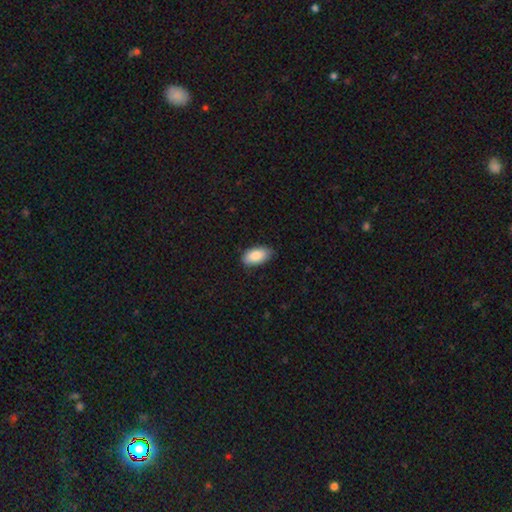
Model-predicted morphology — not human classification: A smooth galaxy with no disk features (88%) that is in between round and cigar-shaped (94%). Merging: none (82%).